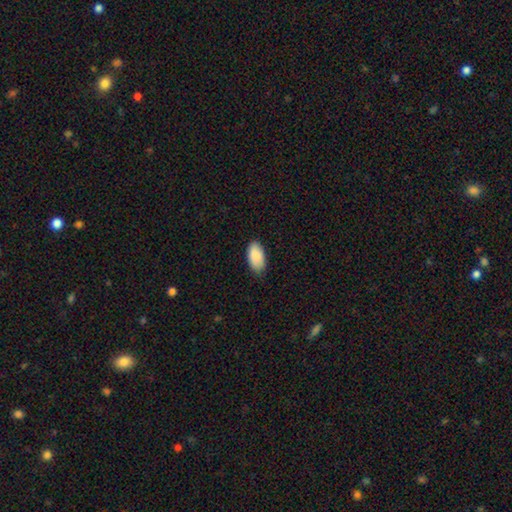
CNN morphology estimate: This appears to be a smooth galaxy with no disk features (88%) that is in between round and cigar-shaped (95%). Merging: none (81%).